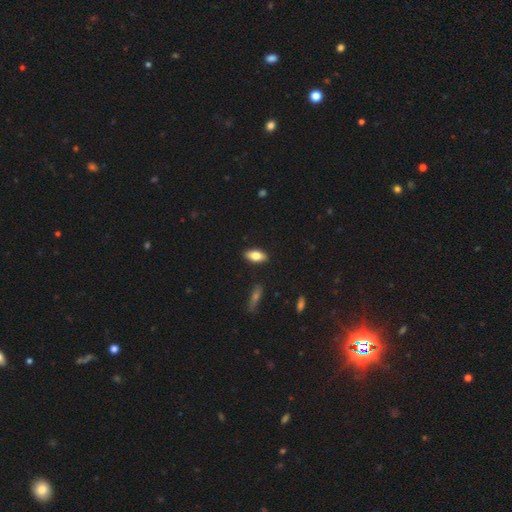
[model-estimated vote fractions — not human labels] A smooth galaxy with no disk features (73%) that is in between round and cigar-shaped (85%). Merging: none (88%).